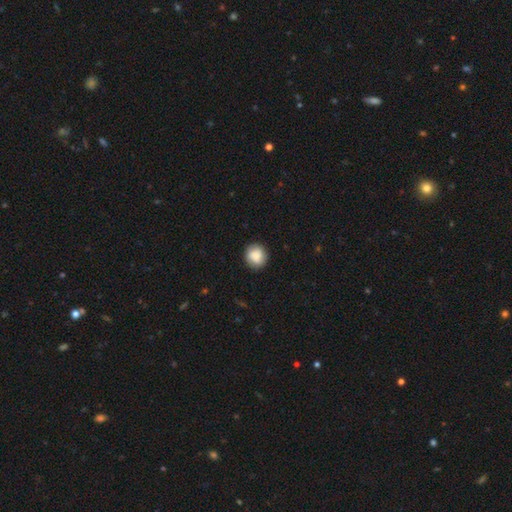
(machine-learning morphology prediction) type=smooth (79%); roundness=round (88%); merging=none (86%).